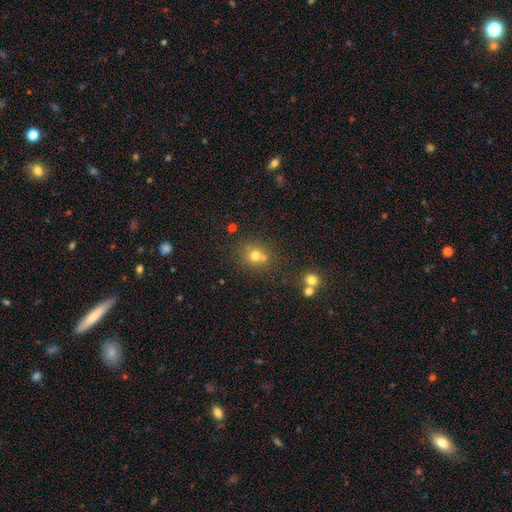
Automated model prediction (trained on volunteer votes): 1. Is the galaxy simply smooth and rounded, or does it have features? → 72% smooth, 17% star or artifact, 11% featured or disk.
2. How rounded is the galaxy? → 83% round, 16% in between, 1% cigar-shaped.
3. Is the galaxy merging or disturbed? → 61% none, 26% merger, 10% minor disturbance, 4% major disturbance.